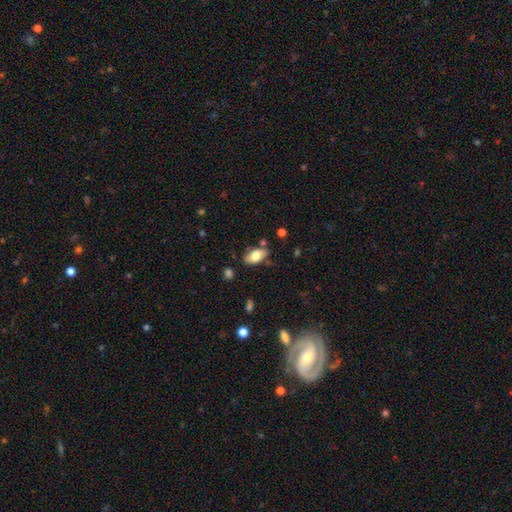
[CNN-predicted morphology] smooth 78%, featured or disk 15%, star or artifact 7%. Down the decision tree: how rounded — in between (93%); merging — none (74%).